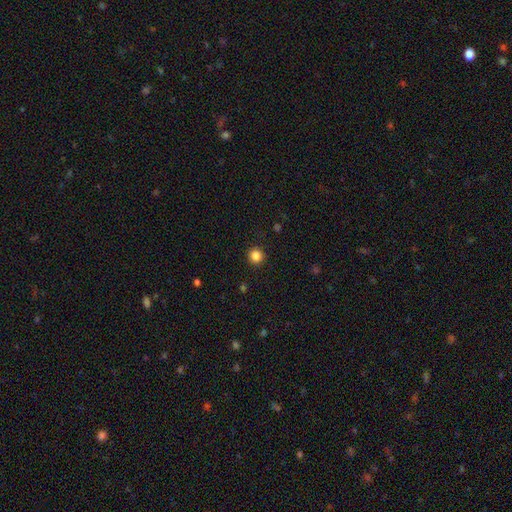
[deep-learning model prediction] The model was most divided on "smooth or featured": smooth: 85%, star or artifact: 12%, featured or disk: 4%. More confident: how rounded — round (93%); merging — none (92%).